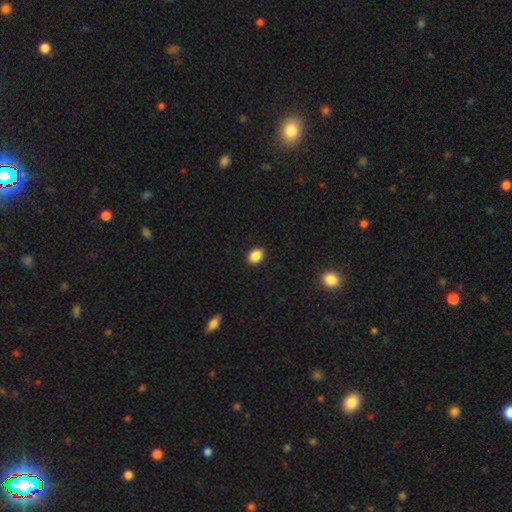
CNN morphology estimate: Overall: smooth (88%). How rounded: in between (71%). Merging: none (90%).